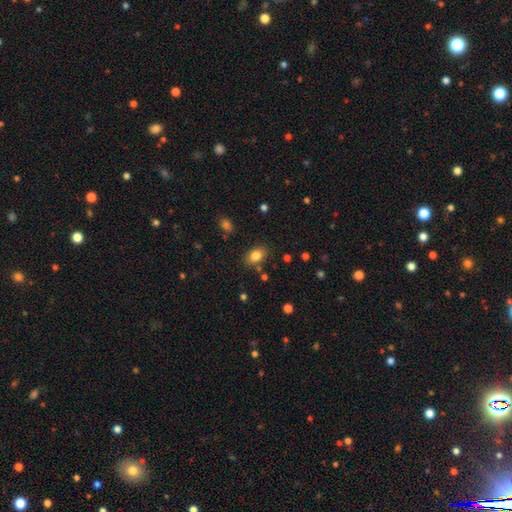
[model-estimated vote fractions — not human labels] This appears to be a smooth galaxy with no disk features (82%) that is in between round and cigar-shaped (76%). Merging: none (82%).